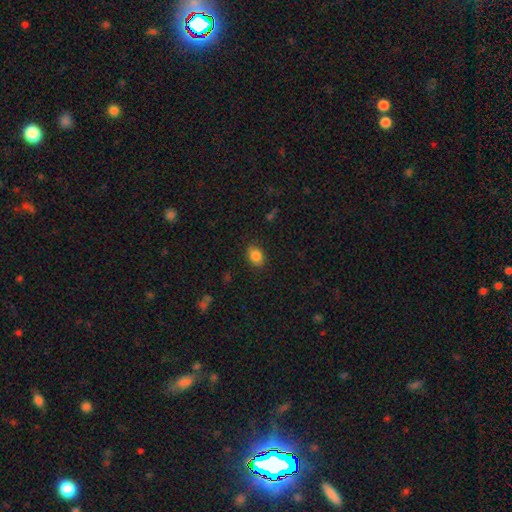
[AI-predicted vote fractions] Smooth or featured? Predicted: smooth (p=0.85). How rounded? Predicted: in between (p=0.71). Merging? Predicted: none (p=0.86).